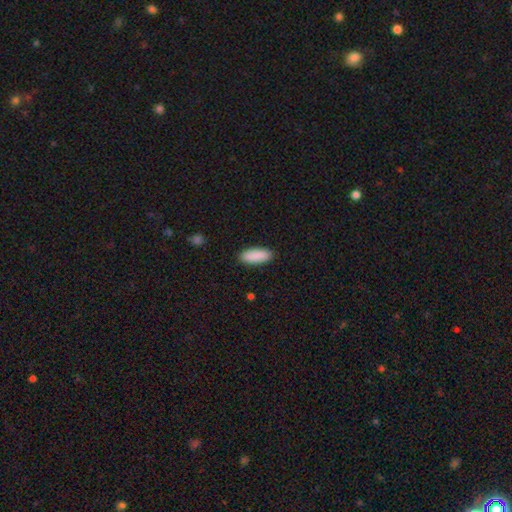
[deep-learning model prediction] smooth-or-featured: smooth: 91% | star or artifact: 6% | featured or disk: 3%
  how-rounded: in between: 79% | cigar-shaped: 19% | round: 2%
  merging: none: 90% | minor disturbance: 8% | major disturbance: 2% | merger: 1%